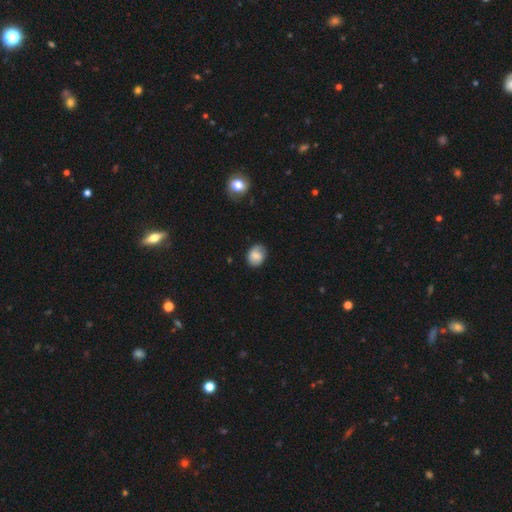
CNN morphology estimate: Q: Smooth or featured?
A: smooth (72%); runner-up: featured or disk (20%)
Q: How rounded?
A: in between (50%); runner-up: round (49%)
Q: Merging?
A: none (75%); runner-up: minor disturbance (20%)